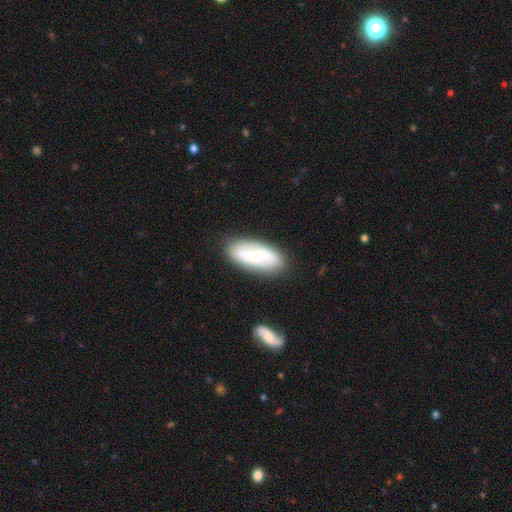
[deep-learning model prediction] A featured or disk galaxy (47%). Merging: none (81%).